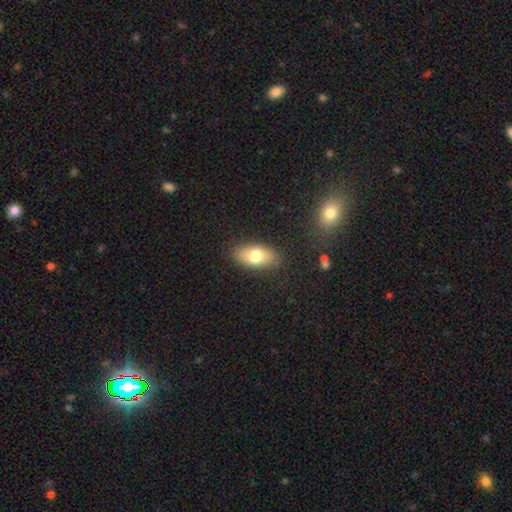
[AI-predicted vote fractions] smooth-or-featured: smooth: 72% | featured or disk: 20% | star or artifact: 8%
  how-rounded: in between: 88% | round: 6% | cigar-shaped: 6%
  merging: none: 84% | minor disturbance: 12% | major disturbance: 3% | merger: 1%